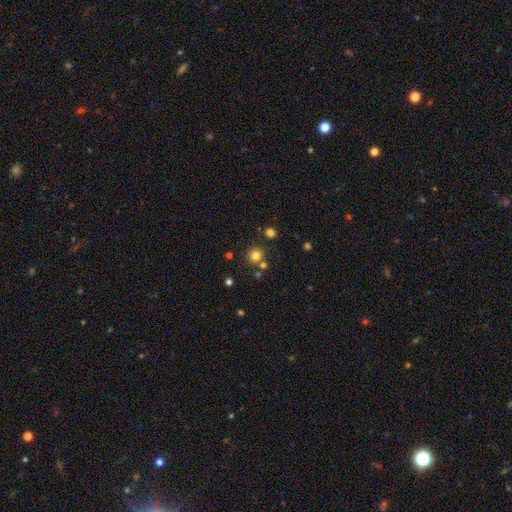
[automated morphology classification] Q: Smooth or featured?
A: smooth (78%); runner-up: star or artifact (16%)
Q: How rounded?
A: round (89%); runner-up: in between (10%)
Q: Merging?
A: none (78%); runner-up: merger (11%)